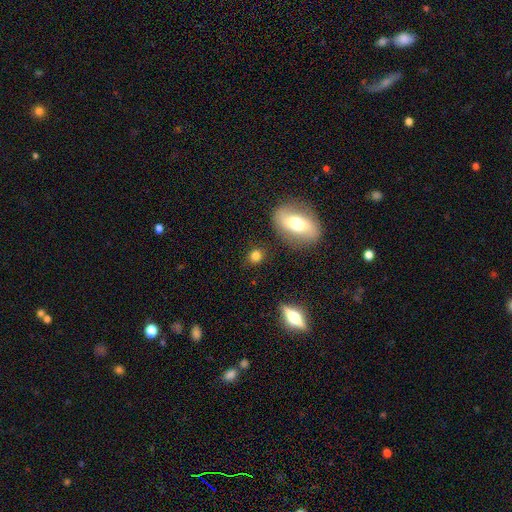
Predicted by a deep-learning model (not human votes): Smooth or featured: smooth — 79% (star or artifact — 11%)
How rounded: round — 64% (in between — 33%)
Merging: none — 81% (minor disturbance — 11%)